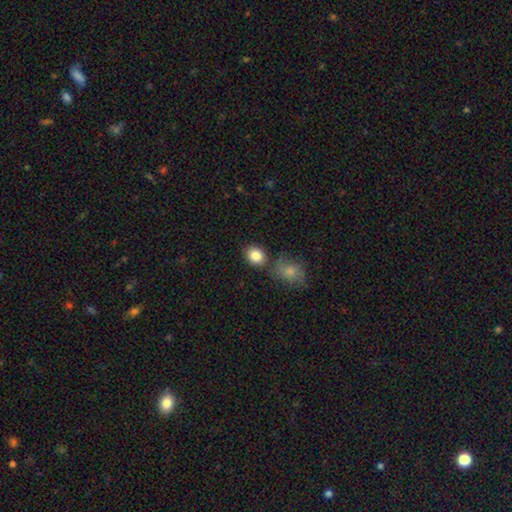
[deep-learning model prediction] This appears to be a smooth galaxy with no disk features (85%) that is round (54%). Merging: none (73%).